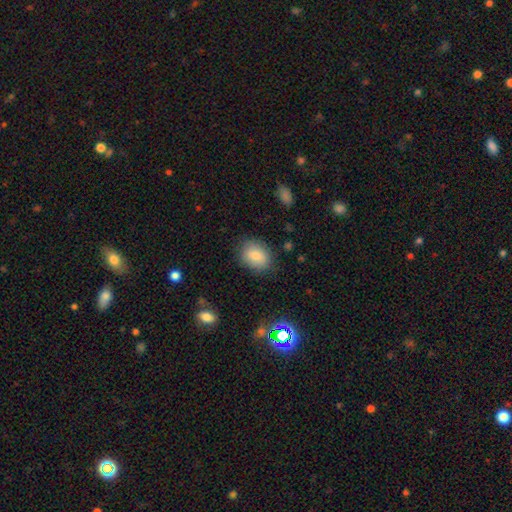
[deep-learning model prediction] Q: Smooth or featured?
A: smooth (81%); runner-up: featured or disk (10%)
Q: How rounded?
A: in between (60%); runner-up: round (39%)
Q: Merging?
A: none (83%); runner-up: minor disturbance (12%)